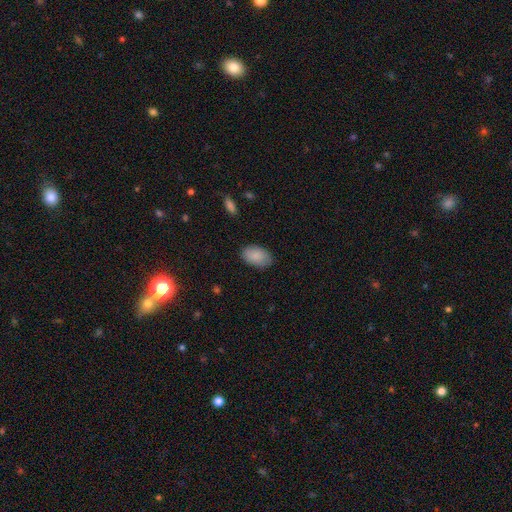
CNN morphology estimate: smooth_or_featured: smooth (p=0.89) [alt: star or artifact p=0.06]
how_rounded: in between (p=0.92) [alt: round p=0.06]
merging: none (p=0.84) [alt: minor disturbance p=0.12]